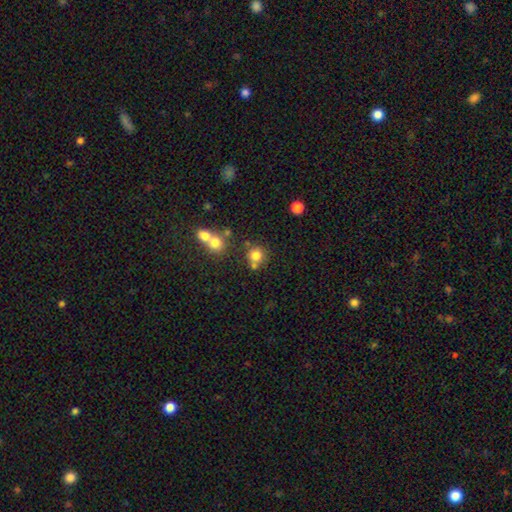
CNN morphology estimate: Overall: smooth (77%). How rounded: round (89%). Merging: none (60%; merger 26%).